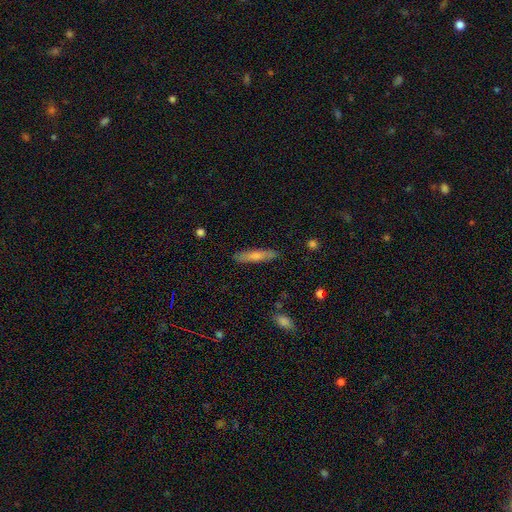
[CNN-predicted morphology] Smooth or featured? featured or disk (43%)
Merging? none (85%)